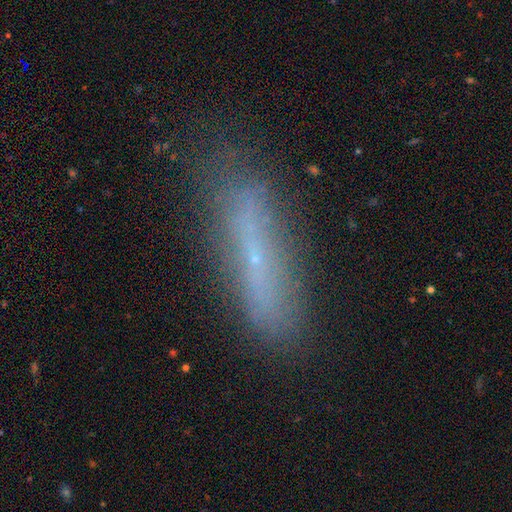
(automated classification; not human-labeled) Smooth or featured?
  - smooth: 45% *
  - featured or disk: 43%
  - star or artifact: 12%
Merging?
  - none: 72% *
  - minor disturbance: 19%
  - major disturbance: 7%
  - merger: 2%